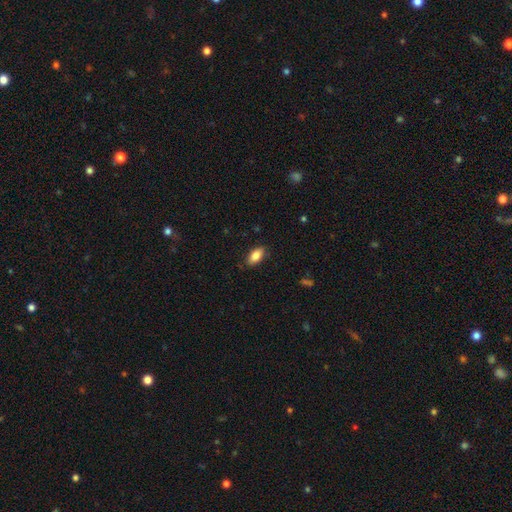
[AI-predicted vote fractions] Morphology: type=smooth (85%); roundness=in between (91%); merging=none (84%).